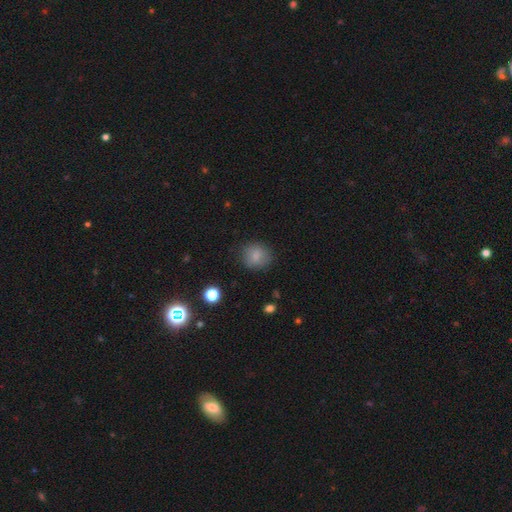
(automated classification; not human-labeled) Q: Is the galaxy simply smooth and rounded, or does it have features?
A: smooth — 82%.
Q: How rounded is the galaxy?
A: round — 80%.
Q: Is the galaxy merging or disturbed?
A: none — 81%.